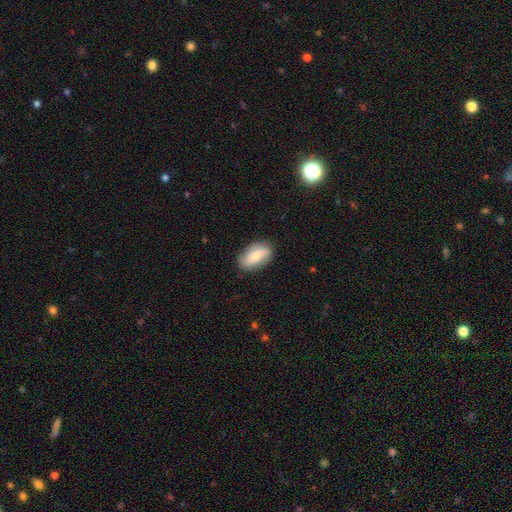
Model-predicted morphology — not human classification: A smooth galaxy with no disk features (61%) that is in between round and cigar-shaped (89%).

Vote fractions:
- Smooth or featured? smooth: 61% / featured or disk: 32% / star or artifact: 7%
- How rounded? in between: 89% / round: 6% / cigar-shaped: 6%
- Merging? none: 82% / minor disturbance: 14% / major disturbance: 3% / merger: 1%